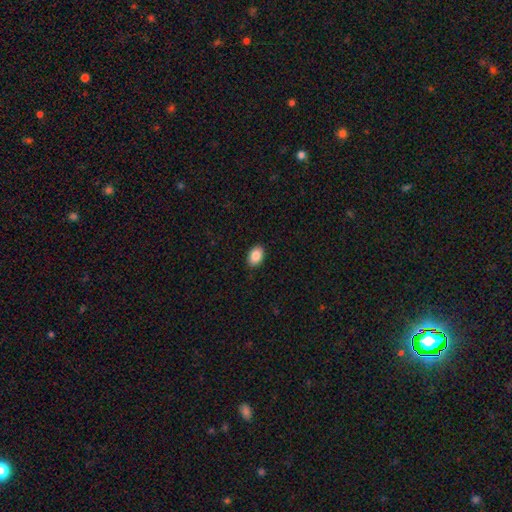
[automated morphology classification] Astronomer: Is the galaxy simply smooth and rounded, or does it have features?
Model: smooth — 88%.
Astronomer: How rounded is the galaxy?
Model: in between — 85%.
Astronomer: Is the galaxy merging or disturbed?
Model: none — 90%.